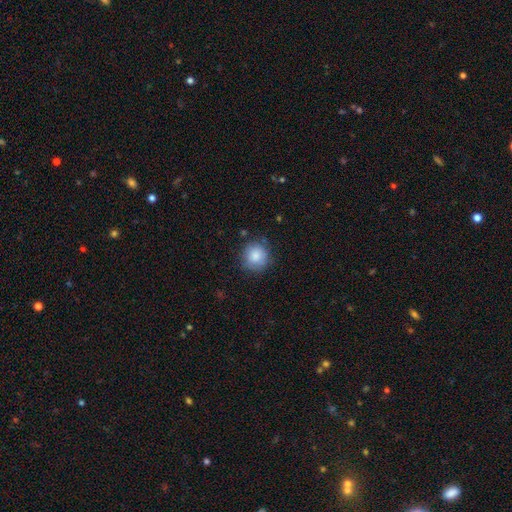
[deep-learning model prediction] smooth 85%, star or artifact 8%, featured or disk 7%. Down the decision tree: how rounded — round (92%); merging — none (82%).